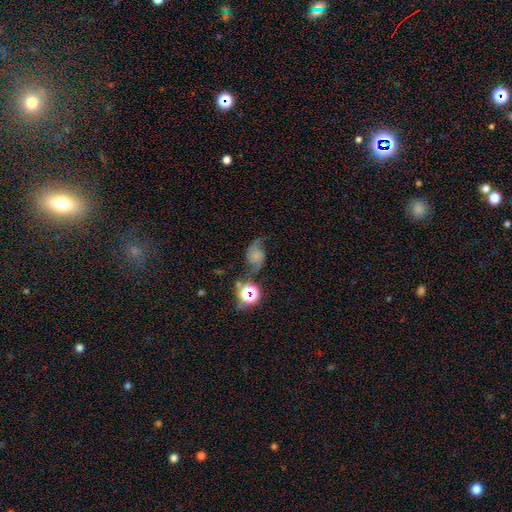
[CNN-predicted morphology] Smooth or featured?
  - featured or disk: 56% *
  - smooth: 26%
  - star or artifact: 18%
Edge-on disk?
  - no: 97% *
  - yes: 3%
Bar?
  - no: 76% *
  - weak: 19%
  - strong: 6%
Spiral arms?
  - yes: 90% *
  - no: 10%
Bulge size?
  - none: 56% *
  - small: 21%
  - moderate: 10%
  - dominant: 7%
  - large: 7%
Merging?
  - none: 53% *
  - minor disturbance: 24%
  - major disturbance: 16%
  - merger: 7%